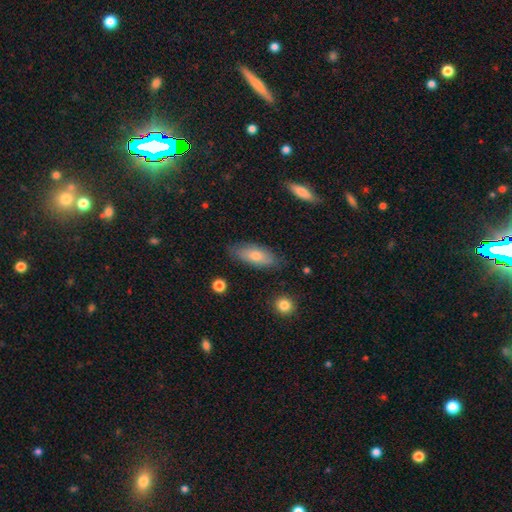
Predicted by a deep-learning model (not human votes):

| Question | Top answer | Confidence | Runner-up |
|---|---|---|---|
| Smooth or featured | smooth | 66% | featured or disk (26%) |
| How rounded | in between | 76% | cigar-shaped (21%) |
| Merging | none | 81% | minor disturbance (15%) |